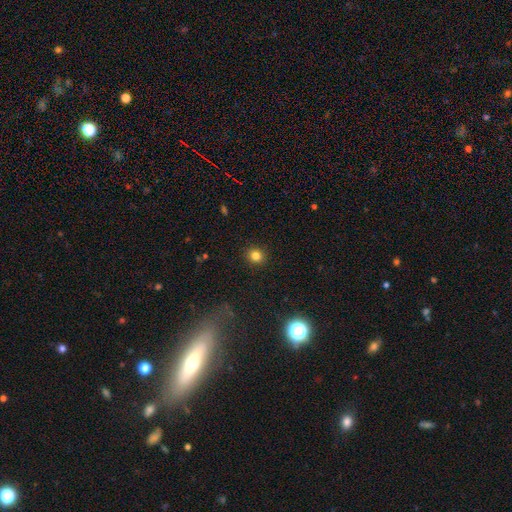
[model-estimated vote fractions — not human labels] This is clearly a smooth galaxy (82%). How rounded: clearly round (86%). Merging: clearly none (92%).